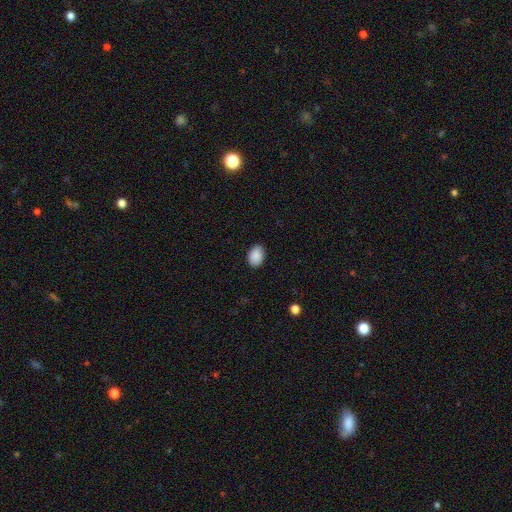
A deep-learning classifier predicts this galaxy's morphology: A smooth galaxy with no disk features (90%) that is in between round and cigar-shaped (81%). Merging: none (88%).